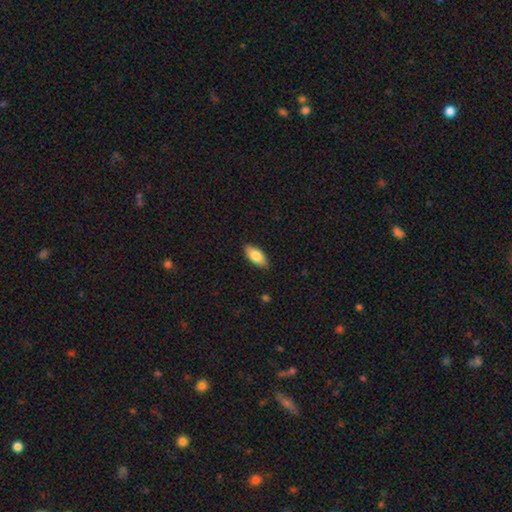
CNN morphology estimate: A smooth galaxy with no disk features (81%) that is in between round and cigar-shaped (88%).

Vote fractions:
- Smooth or featured? smooth: 81% / featured or disk: 13% / star or artifact: 6%
- How rounded? in between: 88% / cigar-shaped: 10% / round: 2%
- Merging? none: 88% / minor disturbance: 9% / major disturbance: 2% / merger: 1%